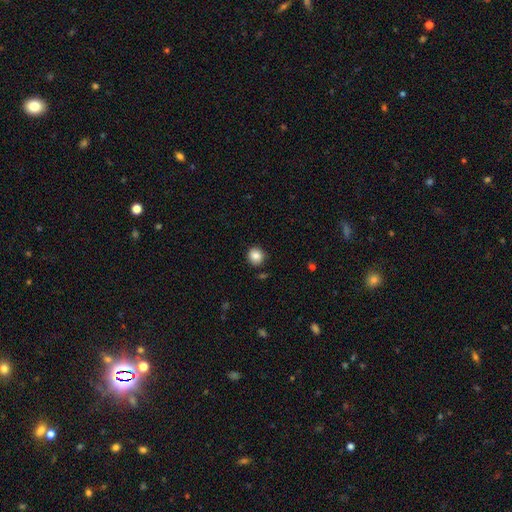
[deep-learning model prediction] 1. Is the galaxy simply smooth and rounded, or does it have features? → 86% smooth, 10% star or artifact, 5% featured or disk.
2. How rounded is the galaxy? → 92% round, 7% in between, 1% cigar-shaped.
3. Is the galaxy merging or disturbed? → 88% none, 8% minor disturbance, 2% merger, 2% major disturbance.